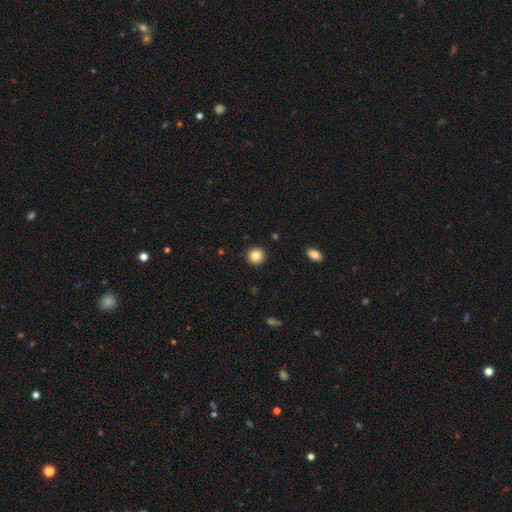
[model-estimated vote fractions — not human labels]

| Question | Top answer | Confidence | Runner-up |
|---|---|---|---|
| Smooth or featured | smooth | 84% | star or artifact (10%) |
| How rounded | round | 93% | in between (6%) |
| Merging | none | 92% | minor disturbance (5%) |